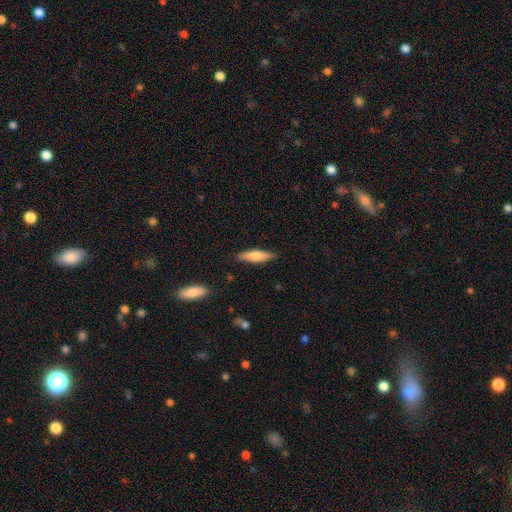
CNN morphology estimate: The model was most divided on "smooth or featured": smooth: 67%, featured or disk: 27%, star or artifact: 6%. More confident: merging — none (87%); how rounded — cigar-shaped (72%).